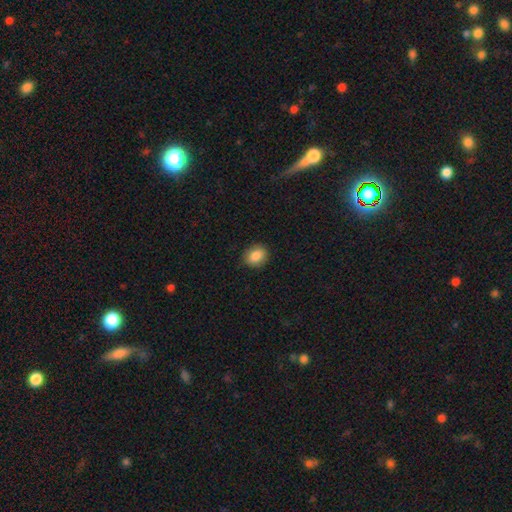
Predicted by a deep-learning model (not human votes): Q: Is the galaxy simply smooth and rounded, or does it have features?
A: smooth — 86%.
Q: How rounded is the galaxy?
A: round — 52%.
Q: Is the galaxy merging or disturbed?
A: none — 88%.